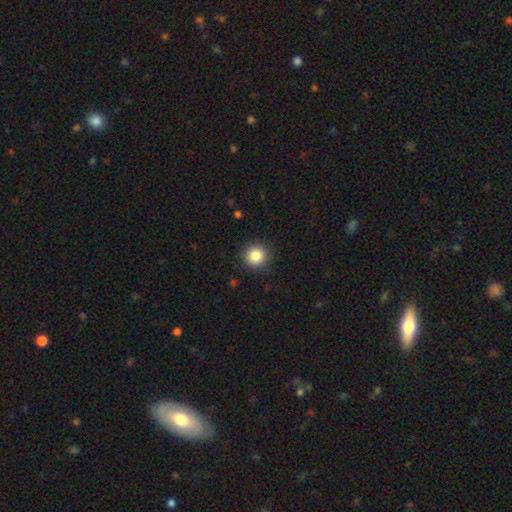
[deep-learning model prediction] smooth-or-featured: smooth: 85% | star or artifact: 10% | featured or disk: 5%
  how-rounded: round: 95% | in between: 4% | cigar-shaped: 1%
  merging: none: 91% | minor disturbance: 6% | major disturbance: 2% | merger: 1%